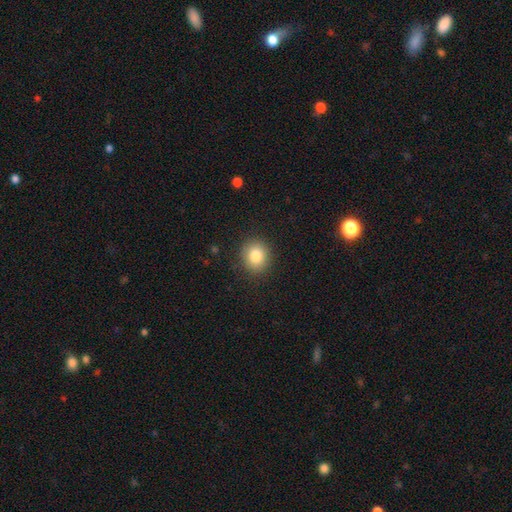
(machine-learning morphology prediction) type=smooth (83%); roundness=round (78%); merging=none (88%).